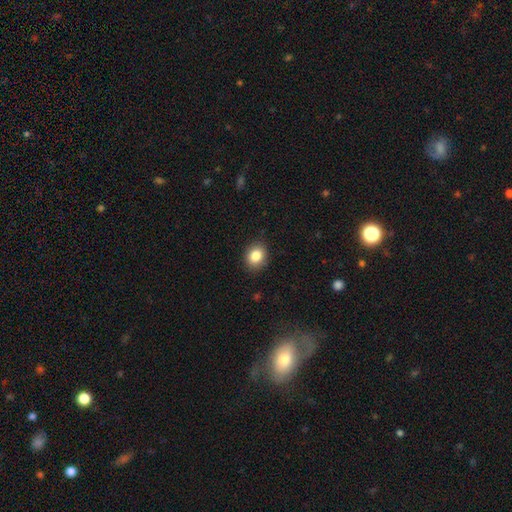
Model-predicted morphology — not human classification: Smooth or featured? smooth (85%)
How rounded? round (54%)
Merging? none (87%)